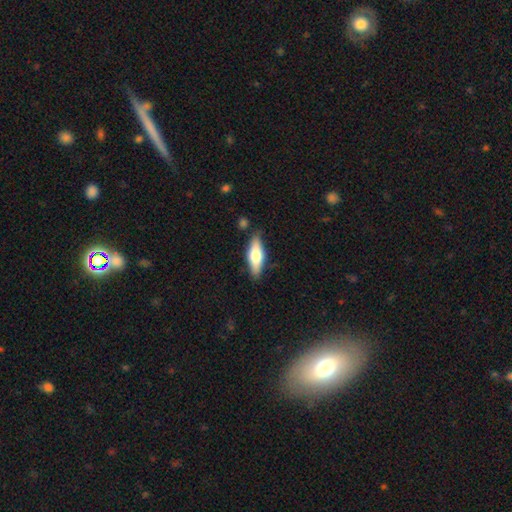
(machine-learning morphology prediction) This is possibly a smooth galaxy (59%). How rounded: possibly in between (59%). Merging: clearly none (80%).